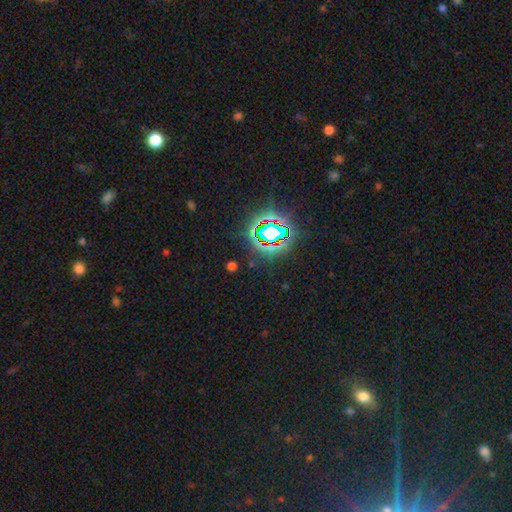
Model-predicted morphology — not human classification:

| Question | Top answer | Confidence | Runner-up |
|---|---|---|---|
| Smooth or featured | star or artifact | 79% | smooth (13%) |